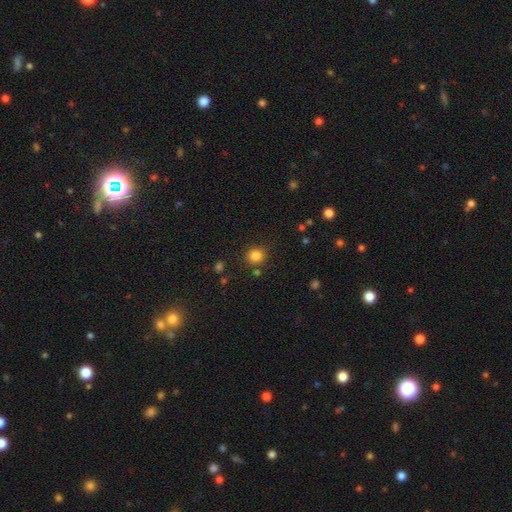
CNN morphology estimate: Smooth or featured?
  - smooth: 83% *
  - star or artifact: 12%
  - featured or disk: 4%
How rounded?
  - round: 84% *
  - in between: 15%
  - cigar-shaped: 1%
Merging?
  - none: 83% *
  - minor disturbance: 9%
  - merger: 4%
  - major disturbance: 3%